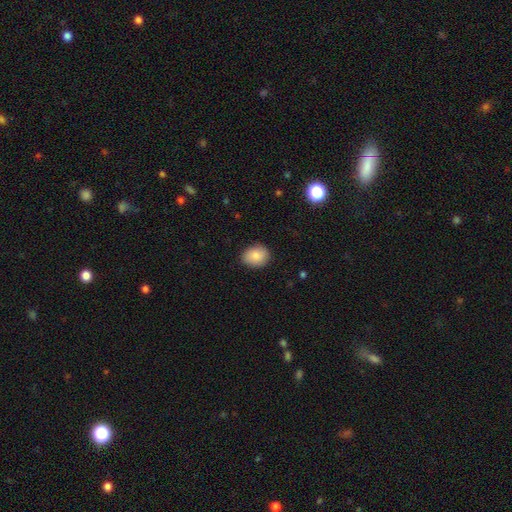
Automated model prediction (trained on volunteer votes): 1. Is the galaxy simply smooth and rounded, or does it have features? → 86% smooth, 7% star or artifact, 7% featured or disk.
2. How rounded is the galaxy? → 50% round, 49% in between, 1% cigar-shaped.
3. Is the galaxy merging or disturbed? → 86% none, 11% minor disturbance, 2% major disturbance, 1% merger.